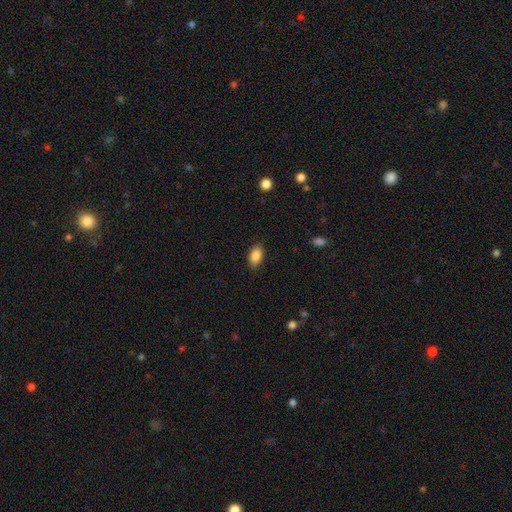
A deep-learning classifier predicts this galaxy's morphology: Smooth or featured: smooth — 88% (star or artifact — 8%)
How rounded: in between — 91% (round — 7%)
Merging: none — 87% (minor disturbance — 10%)